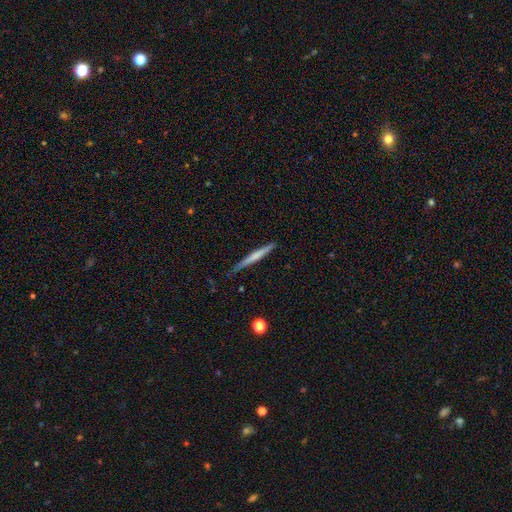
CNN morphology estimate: Smooth or featured?
  - smooth: 54% *
  - featured or disk: 41%
  - star or artifact: 5%
How rounded?
  - cigar-shaped: 96% *
  - in between: 2%
  - round: 1%
Merging?
  - none: 80% *
  - minor disturbance: 16%
  - major disturbance: 3%
  - merger: 2%